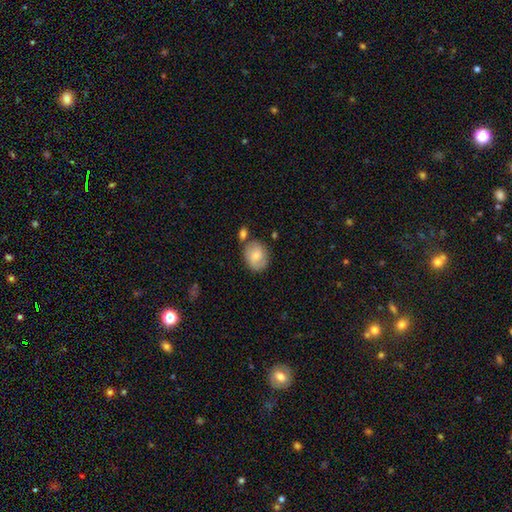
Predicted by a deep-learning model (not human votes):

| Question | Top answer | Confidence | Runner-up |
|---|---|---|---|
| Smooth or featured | smooth | 68% | featured or disk (25%) |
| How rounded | round | 56% | in between (43%) |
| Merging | none | 68% | minor disturbance (17%) |